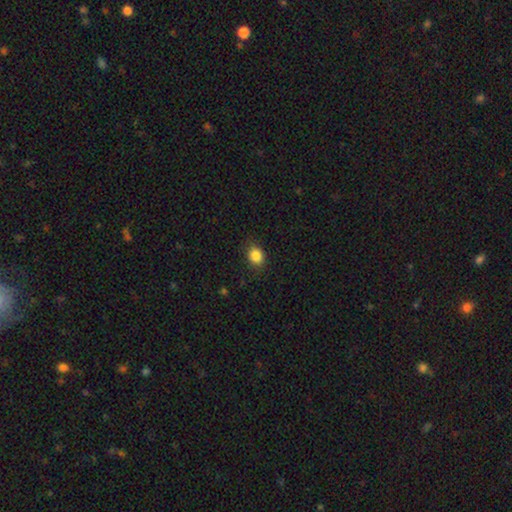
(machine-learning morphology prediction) smooth_or_featured: smooth (p=0.86) [alt: star or artifact p=0.10]
how_rounded: round (p=0.61) [alt: in between p=0.38]
merging: none (p=0.84) [alt: minor disturbance p=0.12]